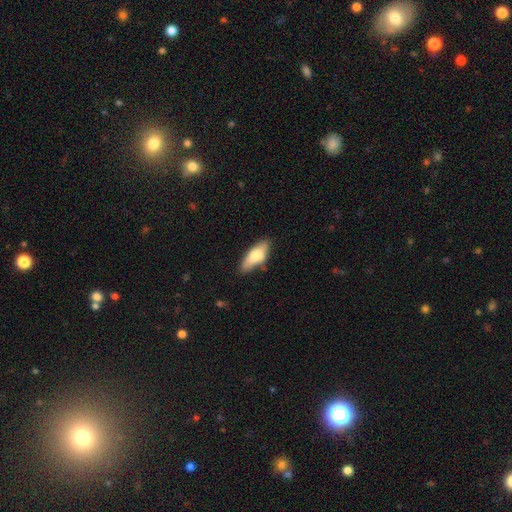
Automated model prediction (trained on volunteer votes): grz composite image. It shows a smooth galaxy with no disk features (73%) that is in between round and cigar-shaped (70%). Merging: none (72%).